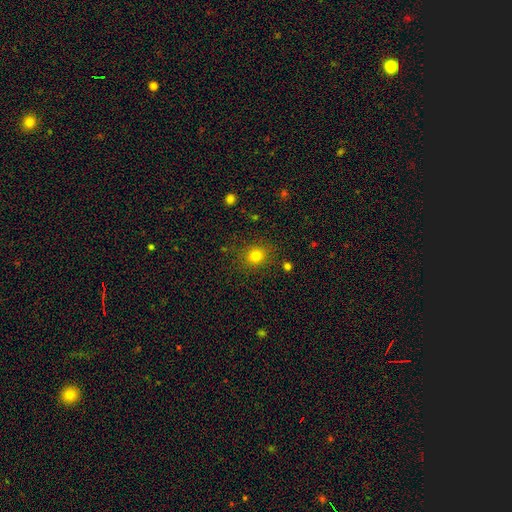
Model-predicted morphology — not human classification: This is likely a smooth galaxy (79%). How rounded: likely round (78%). Merging: clearly none (86%).